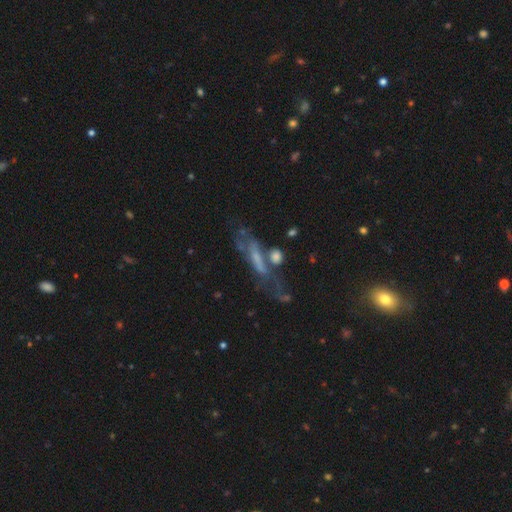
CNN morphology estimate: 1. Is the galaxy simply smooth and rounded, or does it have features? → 56% featured or disk, 29% smooth, 14% star or artifact.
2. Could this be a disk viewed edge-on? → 59% no, 41% yes.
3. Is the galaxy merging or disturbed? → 39% none, 24% major disturbance, 19% minor disturbance, 17% merger.